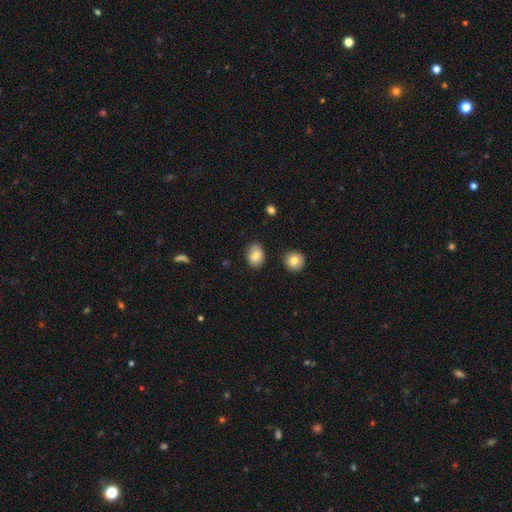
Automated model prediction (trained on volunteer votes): A smooth galaxy with no disk features (83%) that is in between round and cigar-shaped (70%). Merging: none (82%).